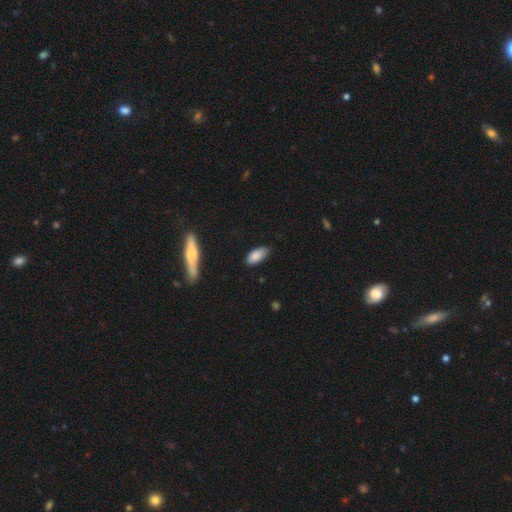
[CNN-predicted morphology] Overall: smooth (85%). How rounded: in between (85%). Merging: none (78%).